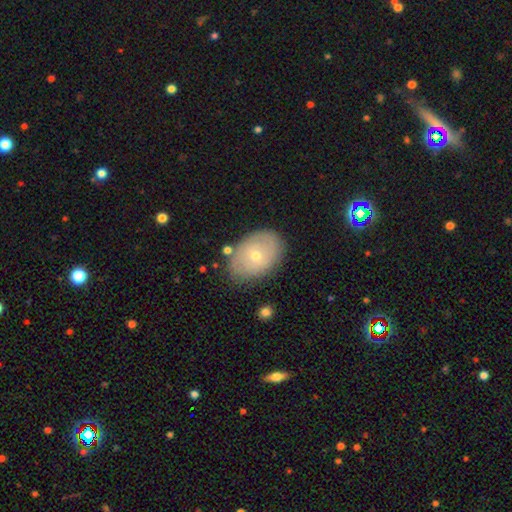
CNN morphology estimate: Q: Smooth or featured?
A: smooth (53%); runner-up: featured or disk (39%)
Q: How rounded?
A: in between (81%); runner-up: round (18%)
Q: Merging?
A: none (80%); runner-up: minor disturbance (14%)